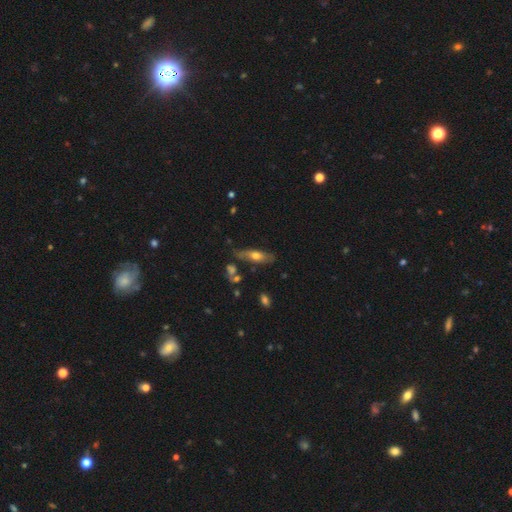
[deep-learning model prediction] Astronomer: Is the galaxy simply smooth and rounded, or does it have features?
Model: smooth — 52% (runner-up: featured or disk, 40%).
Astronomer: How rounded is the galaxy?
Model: cigar-shaped — 51% (runner-up: in between, 46%).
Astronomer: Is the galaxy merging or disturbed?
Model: none — 66%.